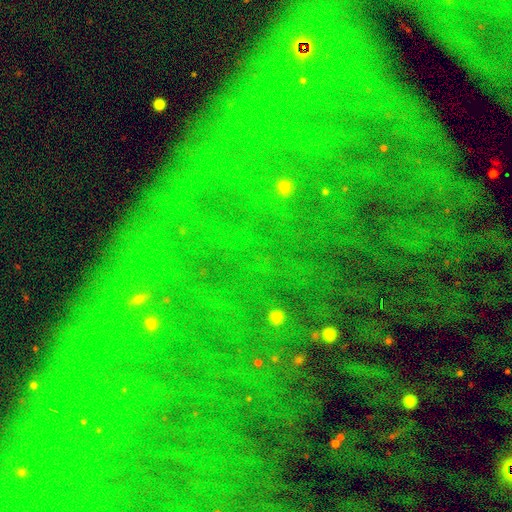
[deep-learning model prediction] smooth_or_featured: star or artifact (p=0.84) [alt: smooth p=0.08]